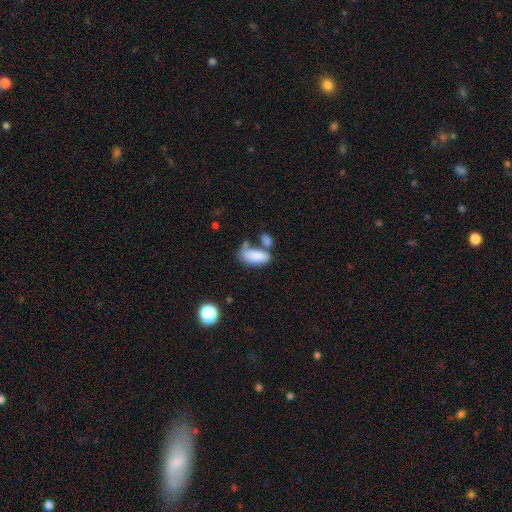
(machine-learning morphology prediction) This is clearly a smooth galaxy (83%). How rounded: clearly in between (91%). Merging: marginally none (37%).